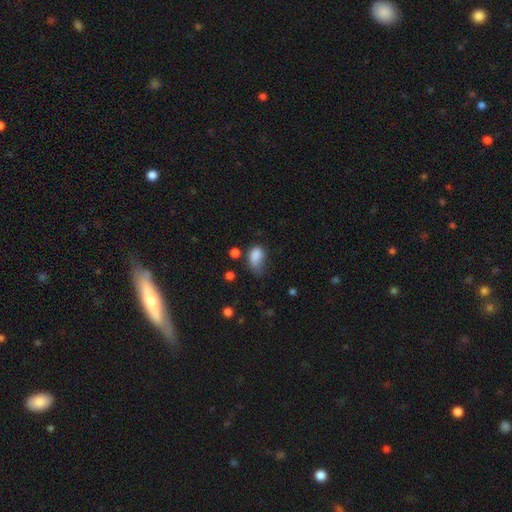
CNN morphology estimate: smooth-or-featured: smooth: 82% | star or artifact: 10% | featured or disk: 8%
  how-rounded: in between: 82% | round: 16% | cigar-shaped: 2%
  merging: minor disturbance: 39% | major disturbance: 28% | none: 28% | merger: 5%